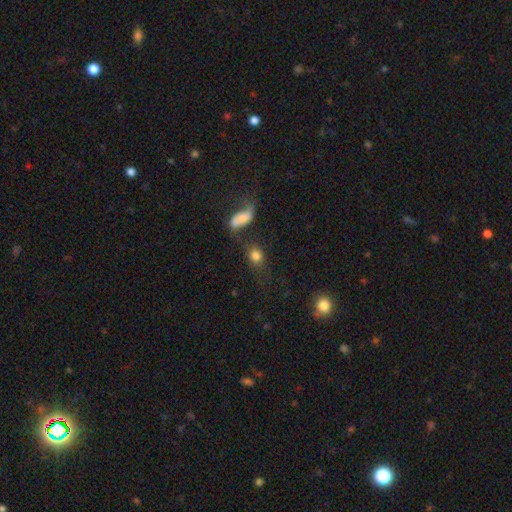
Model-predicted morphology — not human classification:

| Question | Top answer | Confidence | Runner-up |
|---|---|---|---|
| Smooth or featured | smooth | 78% | star or artifact (12%) |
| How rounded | round | 56% | in between (41%) |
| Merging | none | 56% | merger (19%) |